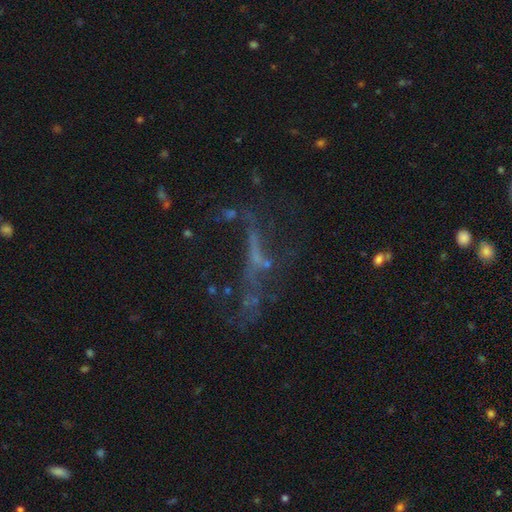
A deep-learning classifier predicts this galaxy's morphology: This appears to be a featured or disk galaxy (48%). Merging: none (42%).